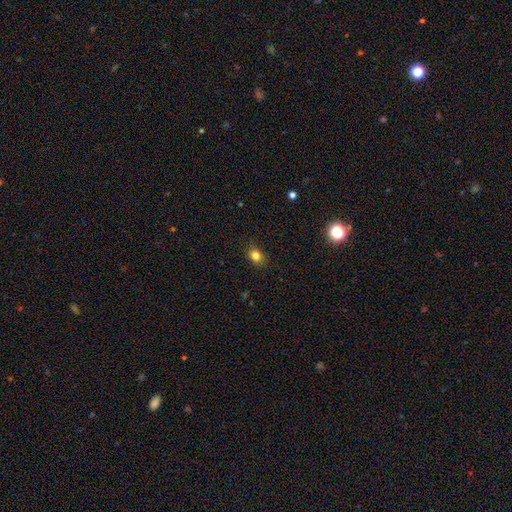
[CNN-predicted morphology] This is clearly a smooth galaxy (82%). How rounded: possibly in between (51%). Merging: clearly none (87%).